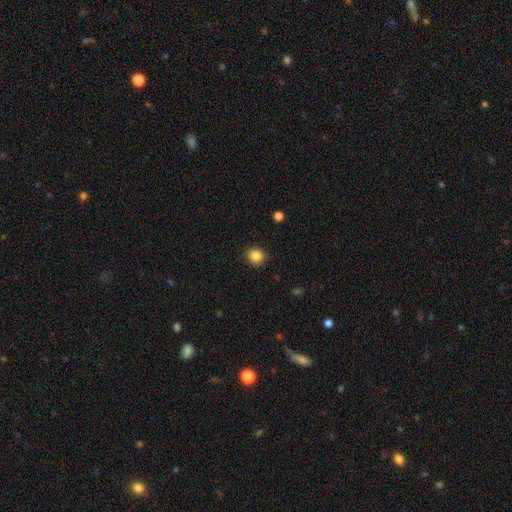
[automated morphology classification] smooth-or-featured: smooth: 86% | star or artifact: 10% | featured or disk: 4%
  how-rounded: round: 84% | in between: 15% | cigar-shaped: 1%
  merging: none: 91% | minor disturbance: 6% | major disturbance: 2% | merger: 1%